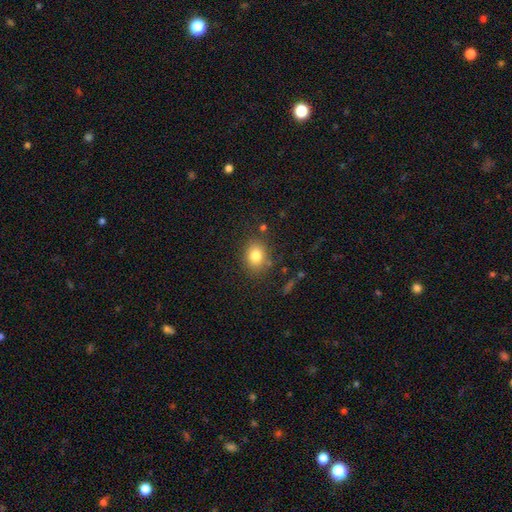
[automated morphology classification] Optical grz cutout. It shows a smooth galaxy with no disk features (81%) that is round (50%). Merging: none (81%).